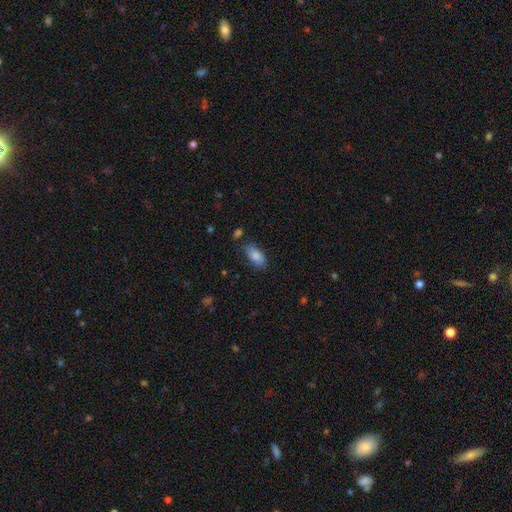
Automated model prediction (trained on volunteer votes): Smooth or featured? Predicted: smooth (p=0.83). How rounded? Predicted: in between (p=0.91). Merging? Predicted: none (p=0.74).